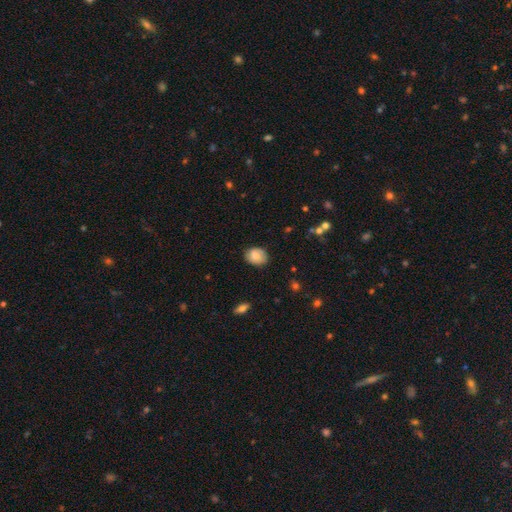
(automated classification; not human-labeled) This is likely a smooth galaxy (77%). How rounded: likely in between (61%). Merging: likely none (79%).